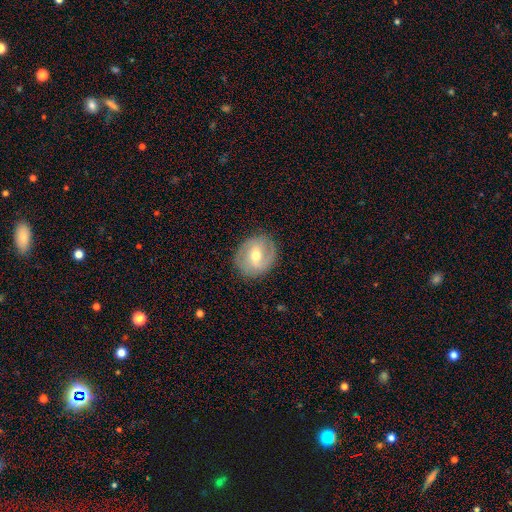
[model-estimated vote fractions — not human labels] Q: Smooth or featured?
A: featured or disk (63%); runner-up: smooth (31%)
Q: Edge-on disk?
A: no (96%); runner-up: yes (4%)
Q: Bar?
A: weak (50%); runner-up: no (27%)
Q: Spiral arms?
A: yes (75%); runner-up: no (25%)
Q: Bulge size?
A: moderate (68%); runner-up: small (25%)
Q: Merging?
A: none (83%); runner-up: minor disturbance (12%)